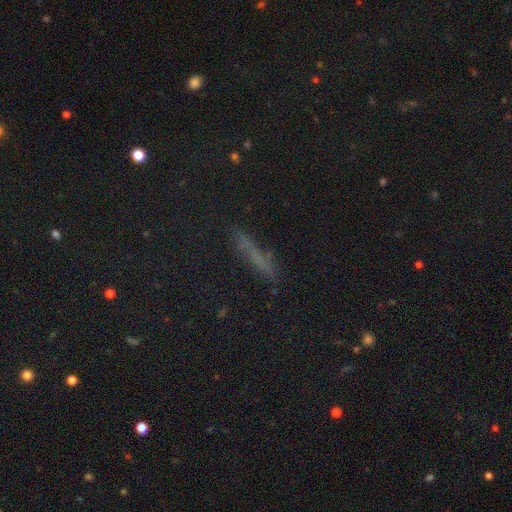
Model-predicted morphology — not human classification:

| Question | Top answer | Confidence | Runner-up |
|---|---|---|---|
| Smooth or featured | smooth | 50% | star or artifact (26%) |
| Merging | none | 76% | minor disturbance (16%) |